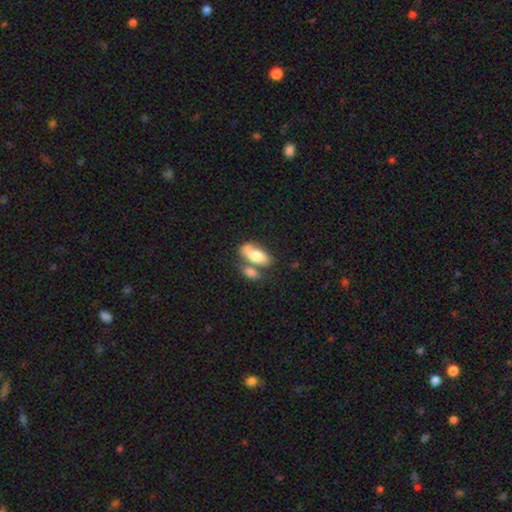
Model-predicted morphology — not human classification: This appears to be a smooth galaxy with no disk features (72%) that is in between round and cigar-shaped (88%). Merging: merger (47%).